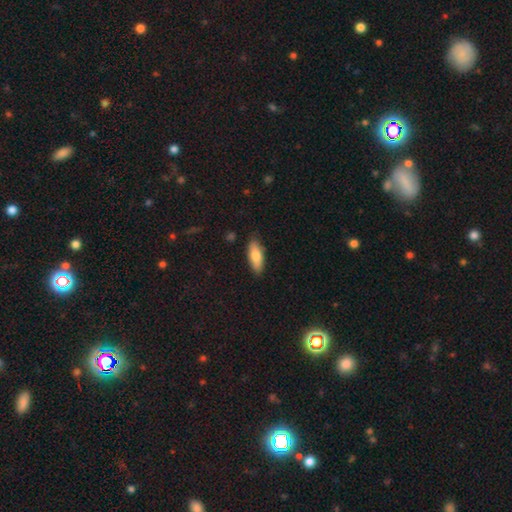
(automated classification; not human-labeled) Smooth or featured?
  - smooth: 77% *
  - featured or disk: 17%
  - star or artifact: 6%
How rounded?
  - in between: 69% *
  - cigar-shaped: 29%
  - round: 2%
Merging?
  - none: 85% *
  - minor disturbance: 12%
  - major disturbance: 2%
  - merger: 1%